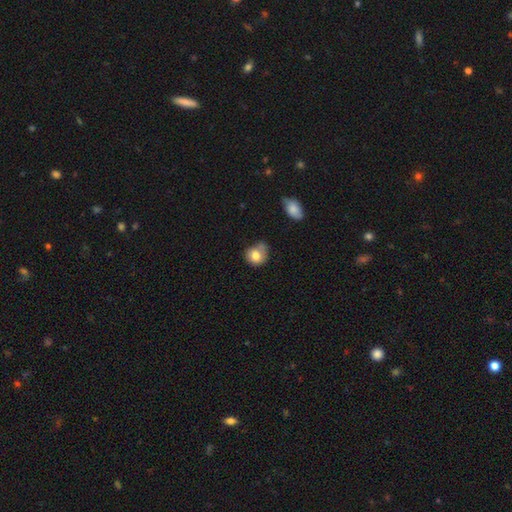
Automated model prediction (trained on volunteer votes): Smooth or featured? smooth (79%)
How rounded? round (72%)
Merging? none (43%)